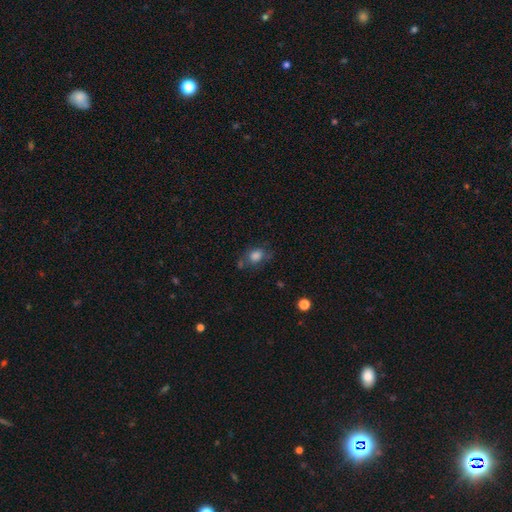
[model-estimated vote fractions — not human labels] smooth_or_featured: smooth (p=0.78) [alt: featured or disk p=0.11]
how_rounded: in between (p=0.58) [alt: round p=0.40]
merging: none (p=0.57) [alt: minor disturbance p=0.23]